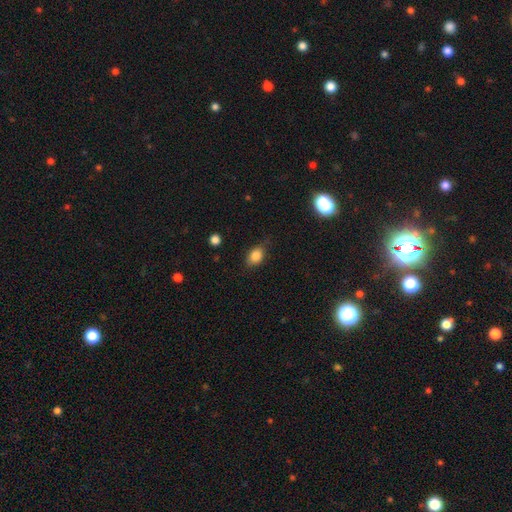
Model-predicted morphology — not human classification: smooth 84%, star or artifact 9%, featured or disk 7%. Down the decision tree: how rounded — in between (73%); merging — none (74%).